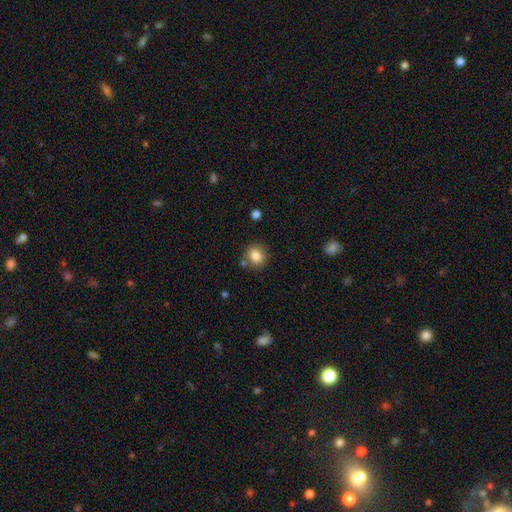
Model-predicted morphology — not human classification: Q: Smooth or featured?
A: smooth (84%); runner-up: star or artifact (10%)
Q: How rounded?
A: round (80%); runner-up: in between (20%)
Q: Merging?
A: none (81%); runner-up: minor disturbance (10%)